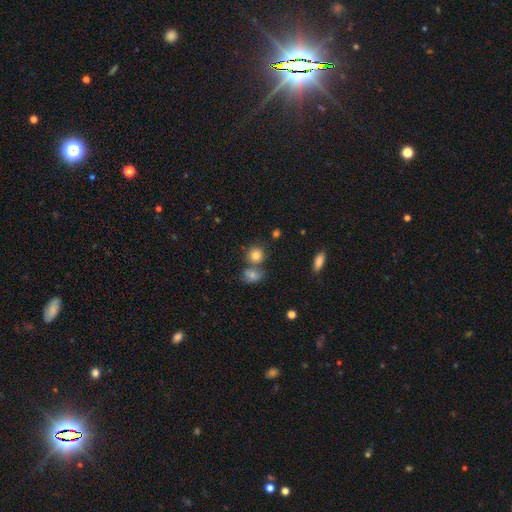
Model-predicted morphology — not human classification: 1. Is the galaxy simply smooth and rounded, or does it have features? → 82% smooth, 11% star or artifact, 7% featured or disk.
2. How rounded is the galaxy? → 82% round, 17% in between, 1% cigar-shaped.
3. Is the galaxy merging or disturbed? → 60% none, 27% merger, 9% minor disturbance, 3% major disturbance.